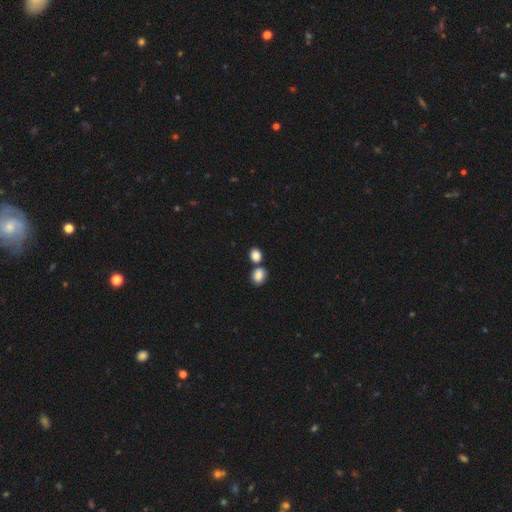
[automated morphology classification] type=smooth (86%); roundness=round (65%); merging=none (57%).